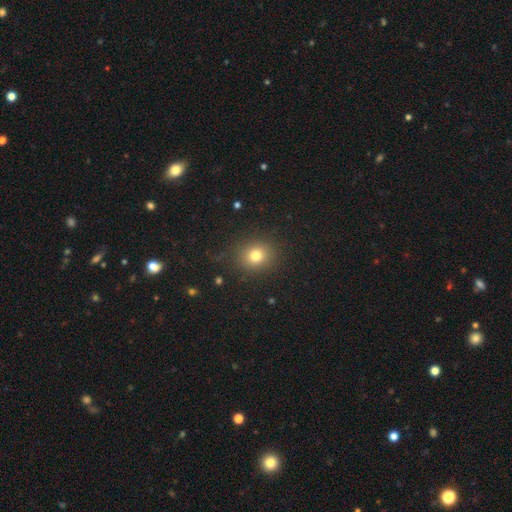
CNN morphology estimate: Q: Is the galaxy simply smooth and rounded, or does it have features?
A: smooth — 78%.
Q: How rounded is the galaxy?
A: round — 73%.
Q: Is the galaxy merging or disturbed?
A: none — 87%.